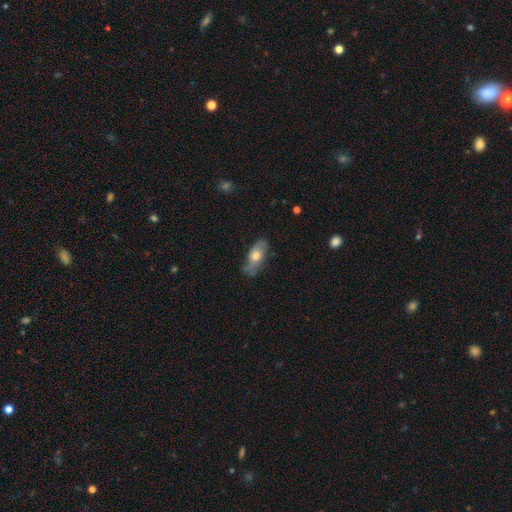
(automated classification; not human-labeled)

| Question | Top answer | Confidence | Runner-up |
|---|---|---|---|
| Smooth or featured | smooth | 55% | featured or disk (38%) |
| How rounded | in between | 81% | cigar-shaped (15%) |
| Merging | none | 64% | minor disturbance (28%) |